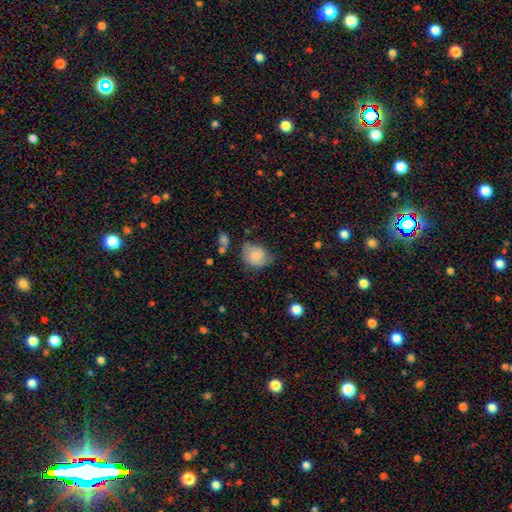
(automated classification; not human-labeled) Smooth or featured?
  - smooth: 76% *
  - featured or disk: 16%
  - star or artifact: 8%
How rounded?
  - round: 57% *
  - in between: 42%
  - cigar-shaped: 1%
Merging?
  - none: 55% *
  - minor disturbance: 32%
  - major disturbance: 9%
  - merger: 3%